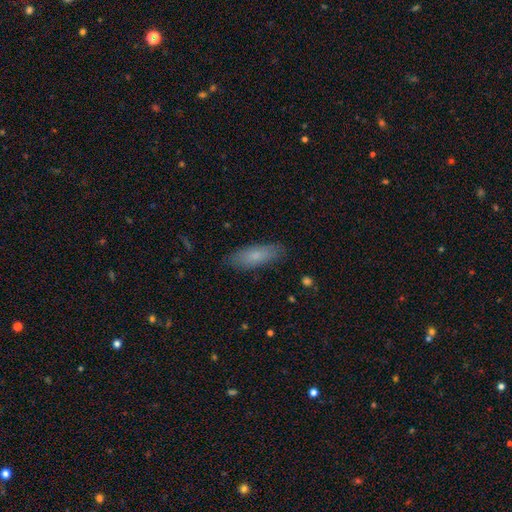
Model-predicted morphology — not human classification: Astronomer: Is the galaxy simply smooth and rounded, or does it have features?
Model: smooth — 77%.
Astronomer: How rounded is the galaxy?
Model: in between — 53% (runner-up: cigar-shaped, 45%).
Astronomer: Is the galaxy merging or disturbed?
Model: none — 84%.